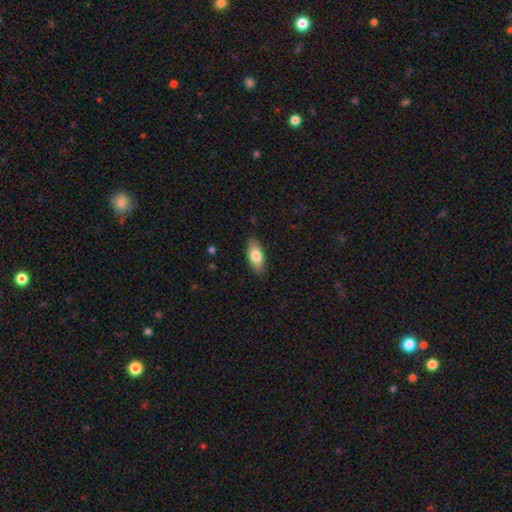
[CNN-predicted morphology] The model was most divided on "smooth or featured": smooth: 80%, featured or disk: 14%, star or artifact: 6%. More confident: merging — none (86%); how rounded — in between (83%).